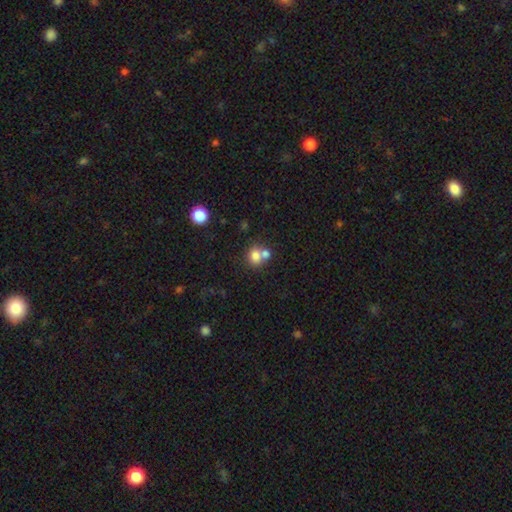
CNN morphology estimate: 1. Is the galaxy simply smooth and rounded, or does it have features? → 77% smooth, 12% featured or disk, 11% star or artifact.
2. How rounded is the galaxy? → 71% round, 28% in between, 1% cigar-shaped.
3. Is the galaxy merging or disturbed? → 51% merger, 39% none, 7% minor disturbance, 3% major disturbance.